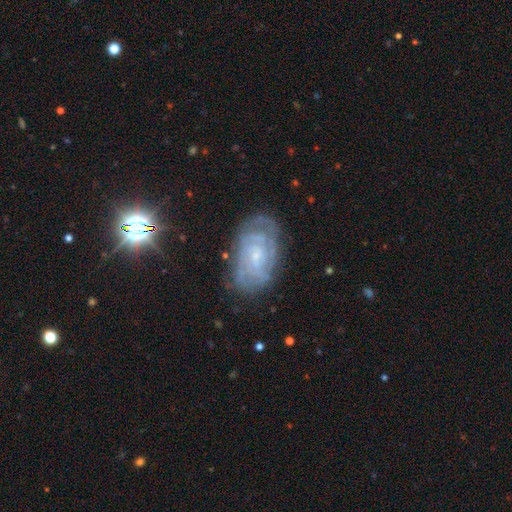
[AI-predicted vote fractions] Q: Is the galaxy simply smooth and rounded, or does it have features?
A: featured or disk — 78%.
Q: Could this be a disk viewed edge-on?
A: no — 96%.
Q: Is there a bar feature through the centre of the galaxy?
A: no — 65%.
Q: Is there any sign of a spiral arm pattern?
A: yes — 93%.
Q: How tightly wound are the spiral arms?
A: tight — 70%.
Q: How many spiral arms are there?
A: can't tell — 44%.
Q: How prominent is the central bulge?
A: small — 71%.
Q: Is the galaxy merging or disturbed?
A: none — 74%.